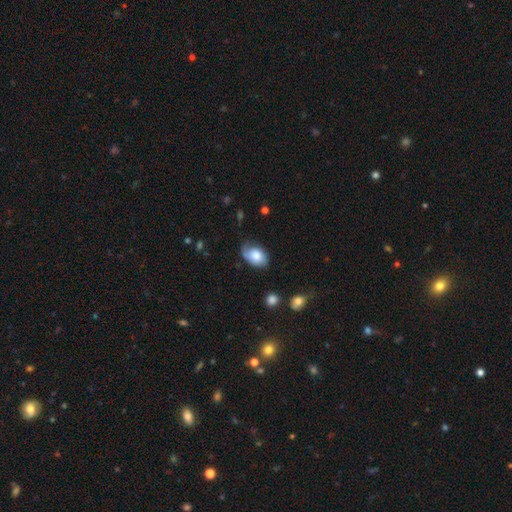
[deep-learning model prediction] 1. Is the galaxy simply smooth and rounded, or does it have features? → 60% smooth, 32% featured or disk, 7% star or artifact.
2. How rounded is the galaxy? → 84% in between, 14% round, 1% cigar-shaped.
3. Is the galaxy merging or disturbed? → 53% none, 32% minor disturbance, 13% major disturbance, 2% merger.